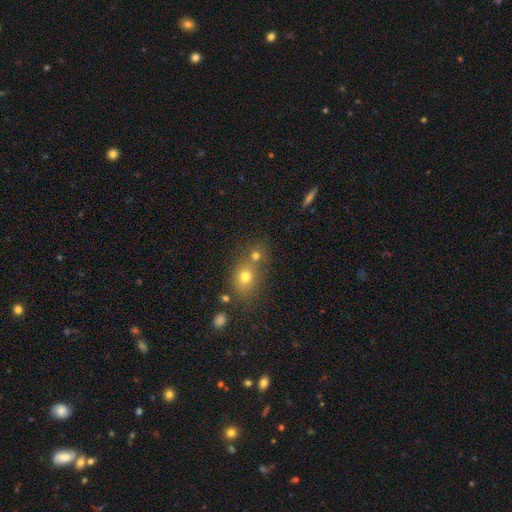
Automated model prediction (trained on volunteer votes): This is likely a smooth galaxy (69%). How rounded: likely round (69%). Merging: marginally none (45%).